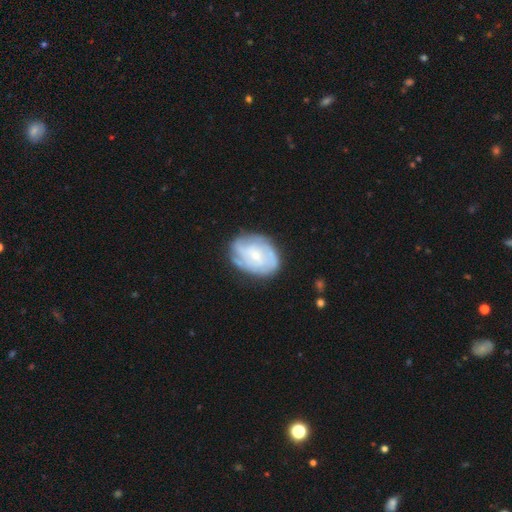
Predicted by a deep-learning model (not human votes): Morphology: type=featured or disk (66%); edge-on=no (97%); bar=no (58%); spiral arms=yes (81%); winding=tight (57%); arm count=can't tell (49%); bulge=small (64%); merging=none (70%).